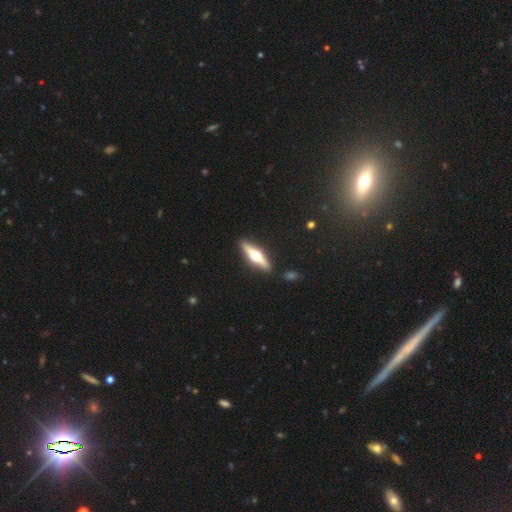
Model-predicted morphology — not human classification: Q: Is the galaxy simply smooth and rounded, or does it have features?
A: featured or disk — 69%.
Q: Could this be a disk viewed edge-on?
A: yes — 96%.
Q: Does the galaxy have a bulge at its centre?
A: rounded — 96%.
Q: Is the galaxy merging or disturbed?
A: none — 90%.